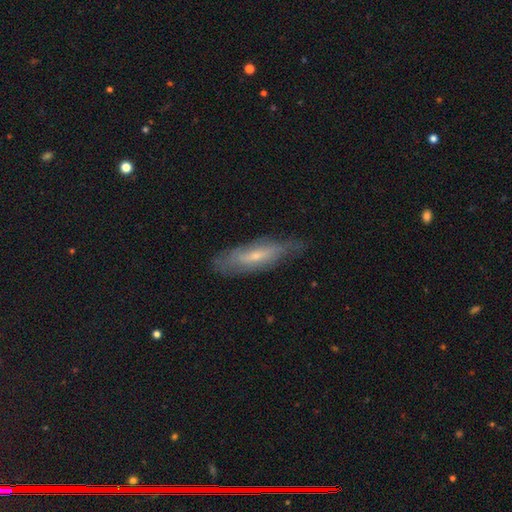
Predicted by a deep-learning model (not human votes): Smooth or featured? Predicted: featured or disk (p=0.52). Edge-on disk? Predicted: no (p=0.57). Merging? Predicted: none (p=0.68).